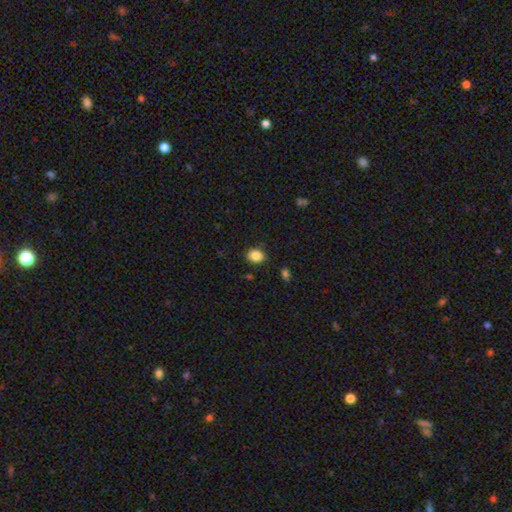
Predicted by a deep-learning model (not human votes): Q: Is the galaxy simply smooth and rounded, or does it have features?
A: smooth — 86%.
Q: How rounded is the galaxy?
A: in between — 51%.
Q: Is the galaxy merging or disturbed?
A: none — 83%.